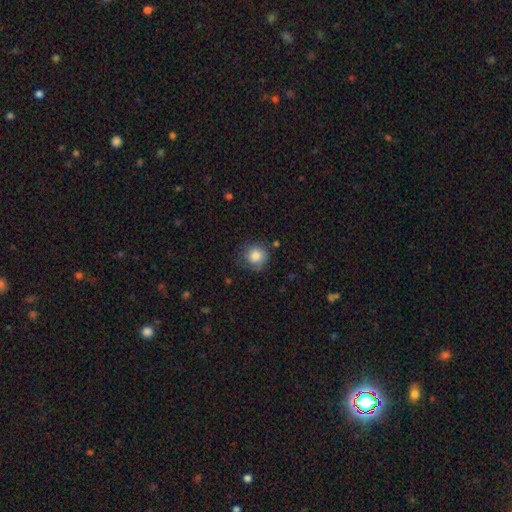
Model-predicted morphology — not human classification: Overall: smooth (84%). How rounded: round (91%). Merging: none (78%).